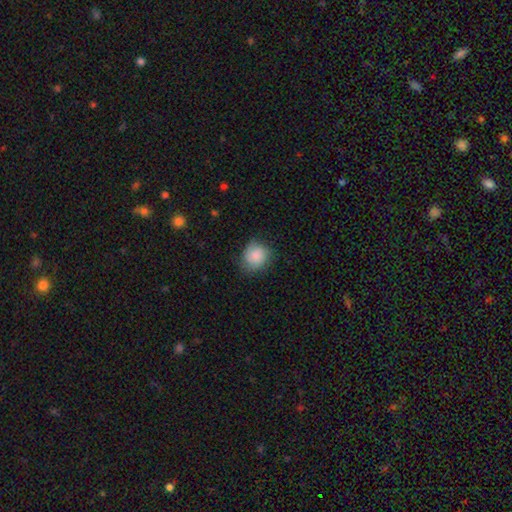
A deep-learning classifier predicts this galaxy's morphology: The model was most divided on "merging": none: 72%, minor disturbance: 22%, major disturbance: 5%, merger: 1%. More confident: smooth or featured — smooth (84%); how rounded — round (81%).